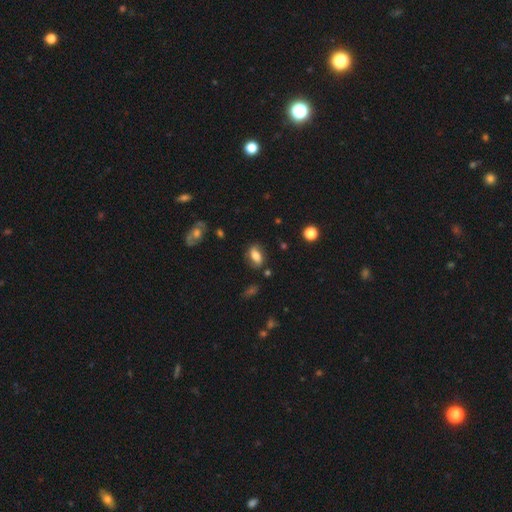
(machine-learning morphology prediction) Smooth or featured?
  - smooth: 69% *
  - featured or disk: 22%
  - star or artifact: 9%
How rounded?
  - in between: 85% *
  - round: 9%
  - cigar-shaped: 6%
Merging?
  - none: 74% *
  - minor disturbance: 18%
  - major disturbance: 5%
  - merger: 3%